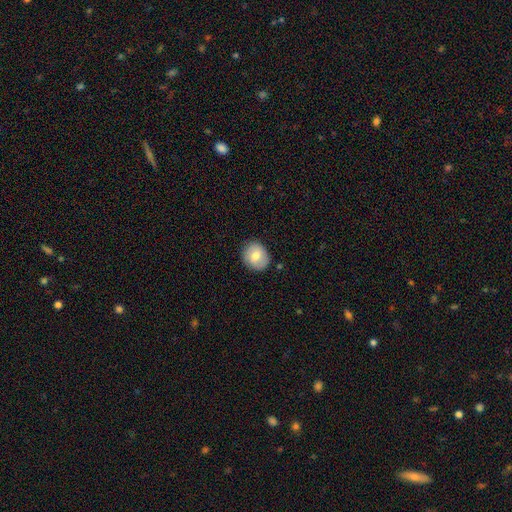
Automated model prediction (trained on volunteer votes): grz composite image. It shows a smooth galaxy with no disk features (70%) that is round (73%). Merging: none (85%).